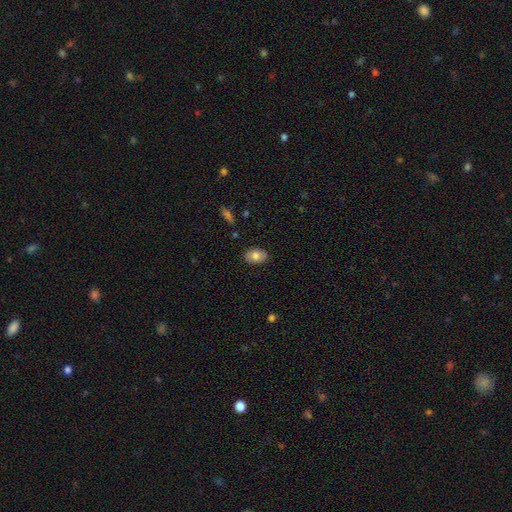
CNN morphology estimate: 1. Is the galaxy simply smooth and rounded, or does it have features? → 74% smooth, 19% featured or disk, 7% star or artifact.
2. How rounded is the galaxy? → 84% in between, 15% round, 1% cigar-shaped.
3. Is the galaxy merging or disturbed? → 86% none, 11% minor disturbance, 2% major disturbance, 1% merger.